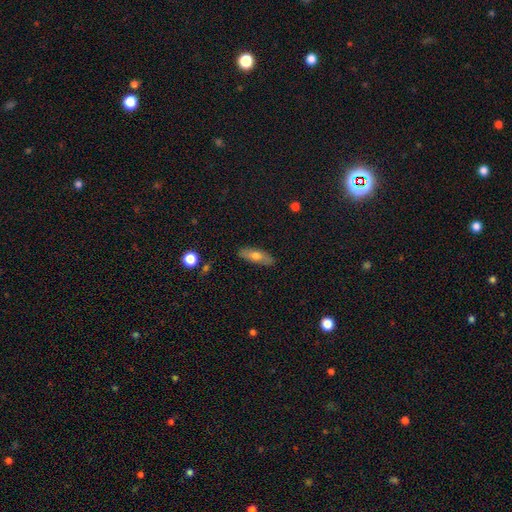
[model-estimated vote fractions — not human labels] Morphology: type=smooth (66%); roundness=in between (61%); merging=none (86%).